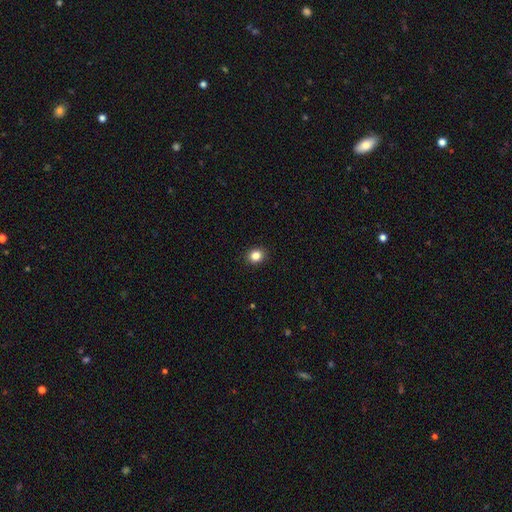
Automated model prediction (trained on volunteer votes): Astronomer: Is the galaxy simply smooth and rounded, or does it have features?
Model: smooth — 84%.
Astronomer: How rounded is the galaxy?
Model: round — 70%.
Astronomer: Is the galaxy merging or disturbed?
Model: none — 92%.